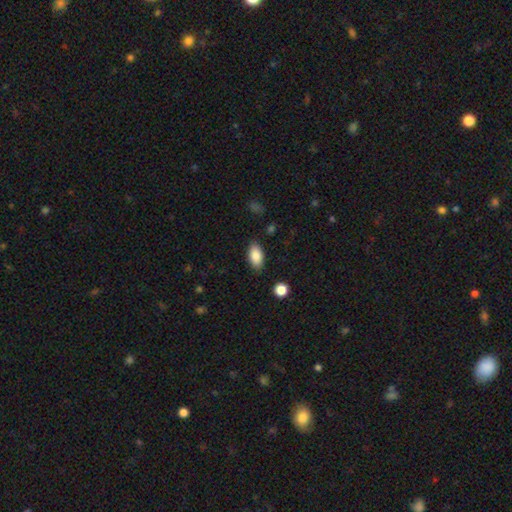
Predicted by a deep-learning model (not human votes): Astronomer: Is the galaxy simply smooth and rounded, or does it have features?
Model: smooth — 87%.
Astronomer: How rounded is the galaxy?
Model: in between — 92%.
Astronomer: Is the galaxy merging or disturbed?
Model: none — 85%.